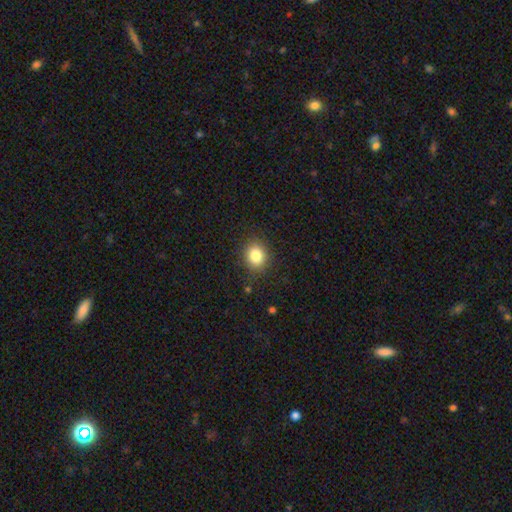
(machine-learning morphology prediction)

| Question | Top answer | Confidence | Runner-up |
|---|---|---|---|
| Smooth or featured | smooth | 83% | star or artifact (10%) |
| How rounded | round | 68% | in between (31%) |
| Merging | none | 87% | minor disturbance (9%) |